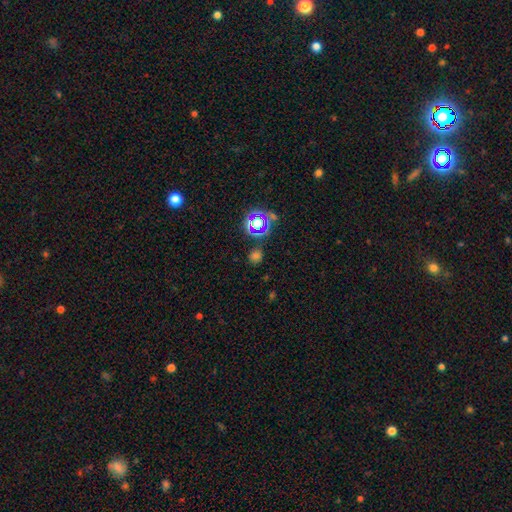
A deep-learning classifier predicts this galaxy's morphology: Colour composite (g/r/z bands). It shows a smooth galaxy with no disk features (56%) that is round (79%). Merging: none (79%).